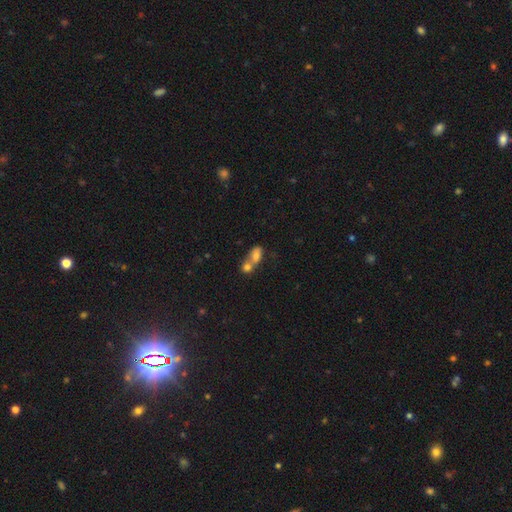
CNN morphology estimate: type=smooth (74%); roundness=in between (74%); merging=merger (71%).